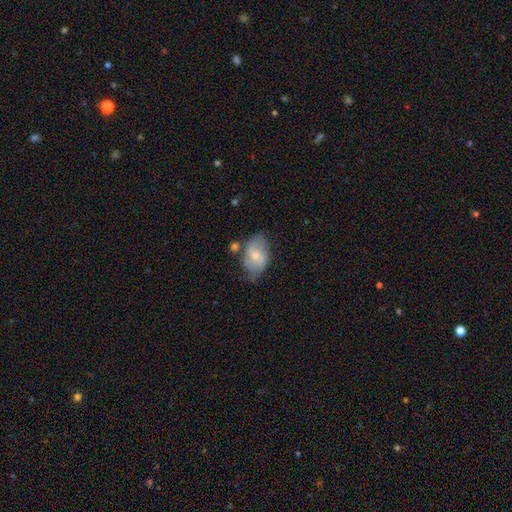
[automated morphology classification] featured or disk 47%, smooth 46%, star or artifact 7%. Down the decision tree: merging — none (52%).